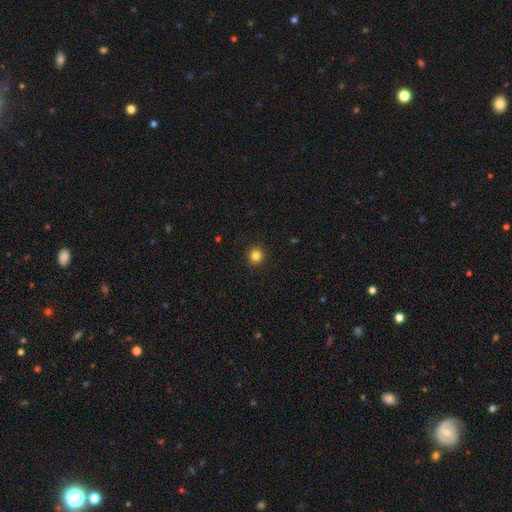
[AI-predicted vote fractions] A smooth galaxy with no disk features (83%) that is round (94%).

Vote fractions:
- Smooth or featured? smooth: 83% / star or artifact: 12% / featured or disk: 5%
- How rounded? round: 94% / in between: 5% / cigar-shaped: 1%
- Merging? none: 93% / minor disturbance: 4% / major disturbance: 1% / merger: 1%